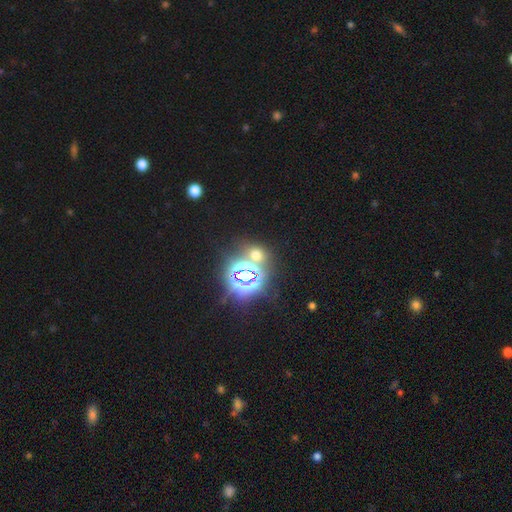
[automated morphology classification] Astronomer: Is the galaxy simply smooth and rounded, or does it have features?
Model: star or artifact — 57% (runner-up: smooth, 34%).